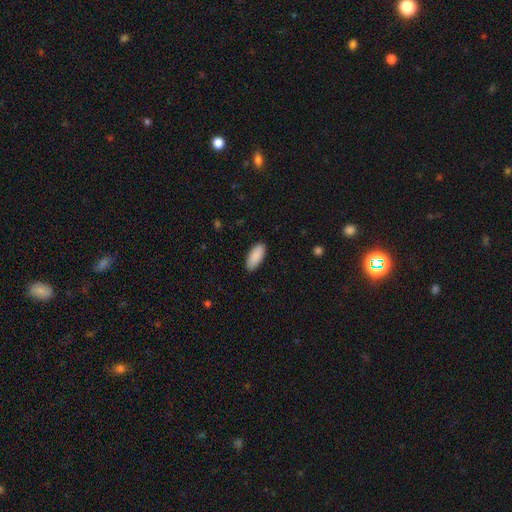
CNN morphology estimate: This appears to be a smooth galaxy with no disk features (91%) that is in between round and cigar-shaped (88%). Merging: none (88%).